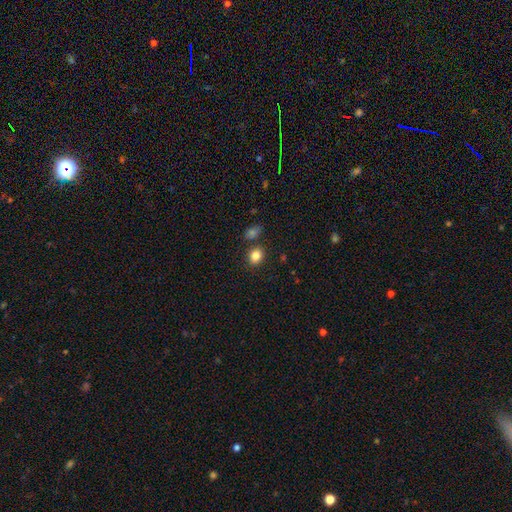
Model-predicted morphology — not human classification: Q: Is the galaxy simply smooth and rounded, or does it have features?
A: smooth — 84%.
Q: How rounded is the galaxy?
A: round — 58%.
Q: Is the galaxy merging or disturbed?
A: none — 78%.